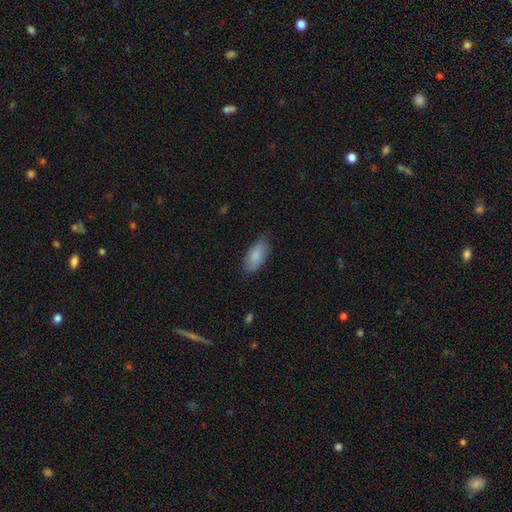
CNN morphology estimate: Smooth or featured?
  - smooth: 87% *
  - featured or disk: 7%
  - star or artifact: 6%
How rounded?
  - in between: 91% *
  - cigar-shaped: 7%
  - round: 2%
Merging?
  - none: 79% *
  - minor disturbance: 16%
  - major disturbance: 3%
  - merger: 1%